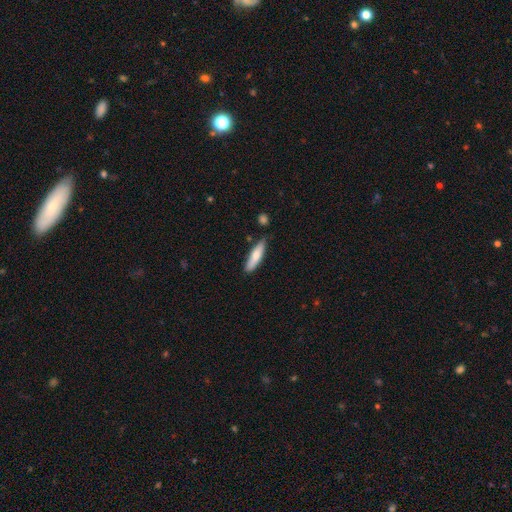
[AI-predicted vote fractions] Smooth or featured? smooth (71%)
How rounded? cigar-shaped (72%)
Merging? none (77%)